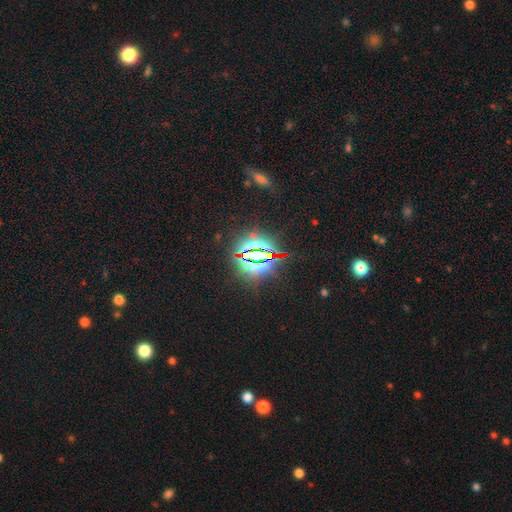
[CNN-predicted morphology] smooth-or-featured: star or artifact: 80% | smooth: 11% | featured or disk: 8%